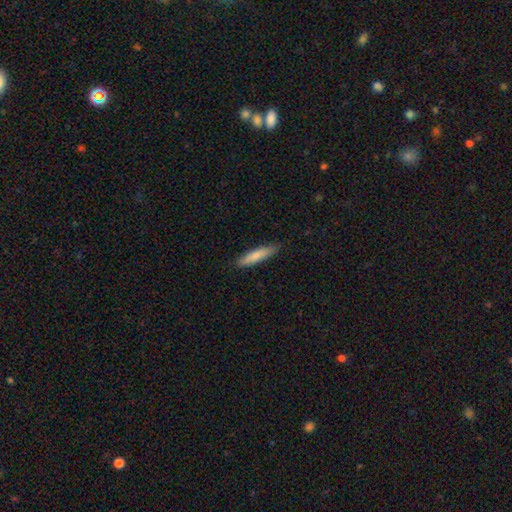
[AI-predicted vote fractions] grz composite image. It shows a smooth galaxy with no disk features (81%) that is cigar-shaped (83%). Merging: none (87%).